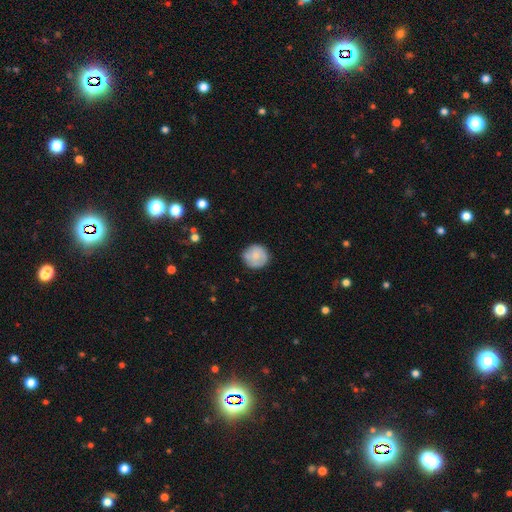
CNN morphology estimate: smooth_or_featured: smooth (p=0.74) [alt: featured or disk p=0.19]
how_rounded: round (p=0.92) [alt: in between p=0.07]
merging: none (p=0.81) [alt: minor disturbance p=0.15]